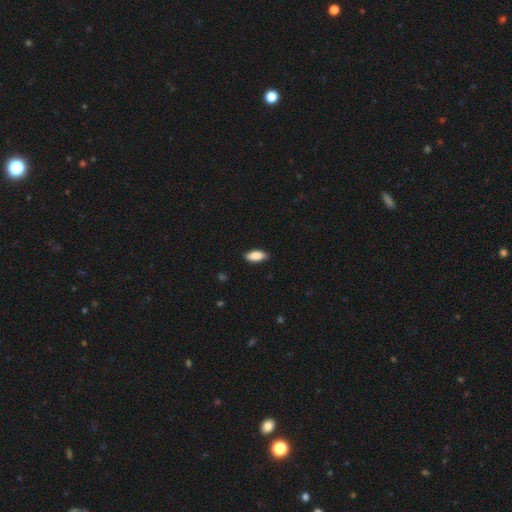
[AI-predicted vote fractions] Smooth or featured: smooth — 86% (featured or disk — 7%)
How rounded: in between — 86% (cigar-shaped — 12%)
Merging: none — 81% (minor disturbance — 15%)